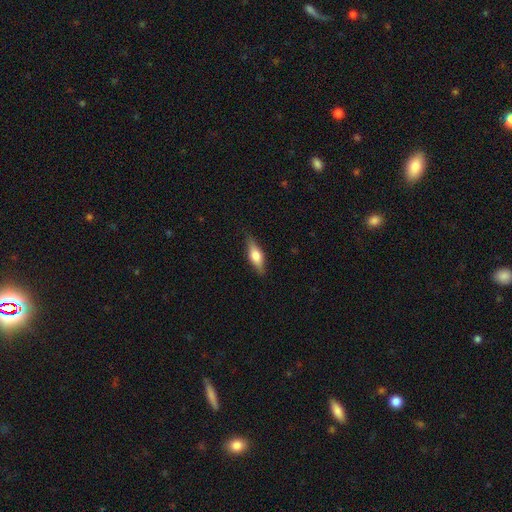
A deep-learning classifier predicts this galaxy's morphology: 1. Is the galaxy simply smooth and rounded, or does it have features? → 50% smooth, 43% featured or disk, 6% star or artifact.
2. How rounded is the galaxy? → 52% in between, 44% cigar-shaped, 4% round.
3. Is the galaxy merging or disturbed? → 84% none, 13% minor disturbance, 3% major disturbance, 1% merger.